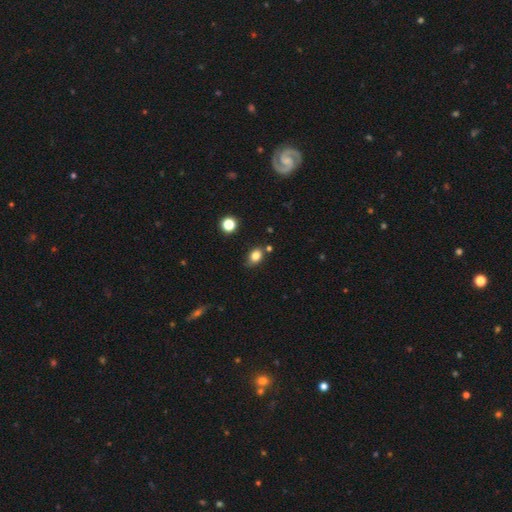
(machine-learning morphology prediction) This is clearly a smooth galaxy (82%). How rounded: likely in between (70%). Merging: likely none (73%).